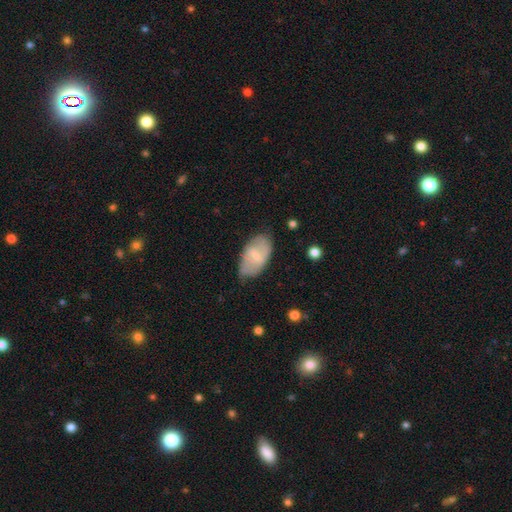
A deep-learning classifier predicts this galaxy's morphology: Smooth or featured?
  - smooth: 50% *
  - featured or disk: 44%
  - star or artifact: 6%
Merging?
  - none: 64% *
  - minor disturbance: 27%
  - major disturbance: 7%
  - merger: 2%